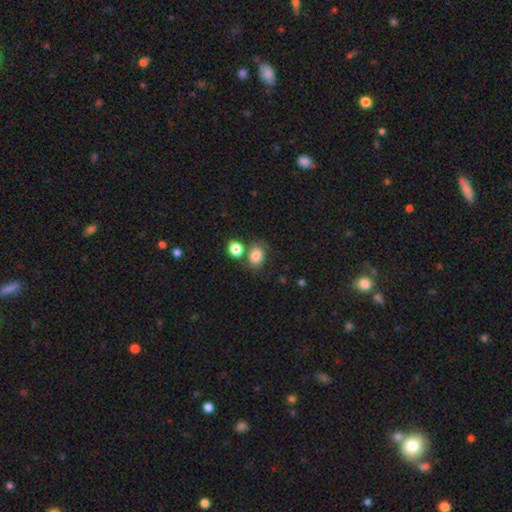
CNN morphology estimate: smooth 78%, star or artifact 12%, featured or disk 10%. Down the decision tree: how rounded — round (52%); merging — none (59%).